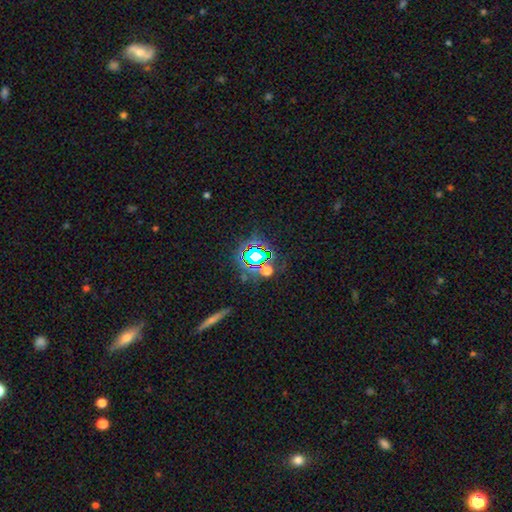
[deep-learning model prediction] Q: Smooth or featured?
A: star or artifact (66%); runner-up: smooth (21%)